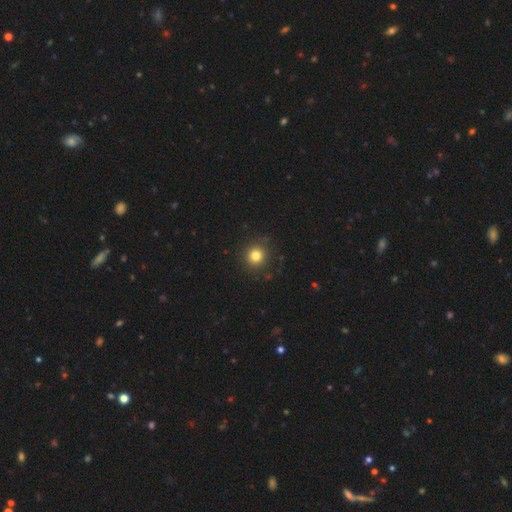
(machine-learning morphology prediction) type=smooth (81%); roundness=round (93%); merging=none (89%).